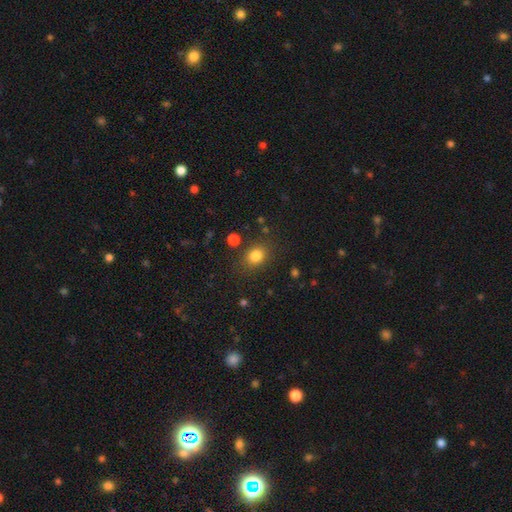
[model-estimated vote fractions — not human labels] smooth-or-featured: smooth: 82% | star or artifact: 12% | featured or disk: 6%
  how-rounded: round: 54% | in between: 45% | cigar-shaped: 1%
  merging: none: 80% | minor disturbance: 12% | major disturbance: 4% | merger: 3%